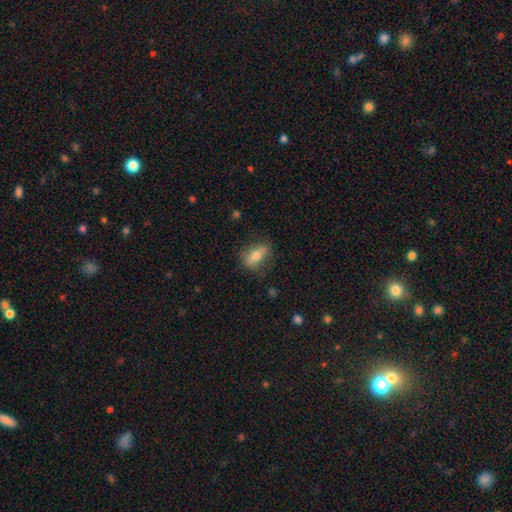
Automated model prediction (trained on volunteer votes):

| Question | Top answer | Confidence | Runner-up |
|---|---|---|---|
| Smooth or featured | smooth | 62% | featured or disk (29%) |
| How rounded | in between | 74% | round (16%) |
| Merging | none | 74% | minor disturbance (19%) |